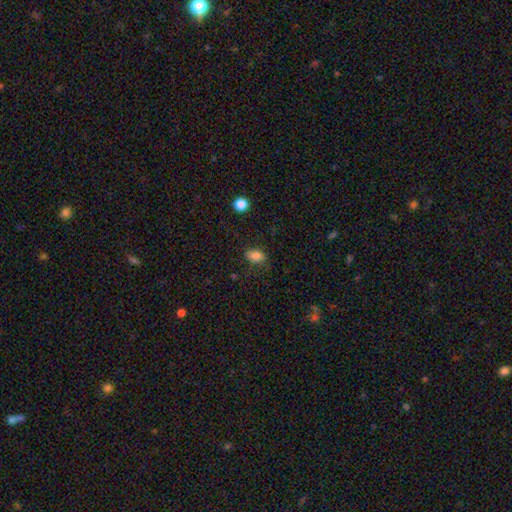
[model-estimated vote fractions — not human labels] Smooth or featured?
  - smooth: 82% *
  - star or artifact: 10%
  - featured or disk: 8%
How rounded?
  - in between: 83% *
  - round: 16%
  - cigar-shaped: 2%
Merging?
  - none: 72% *
  - minor disturbance: 21%
  - major disturbance: 6%
  - merger: 2%